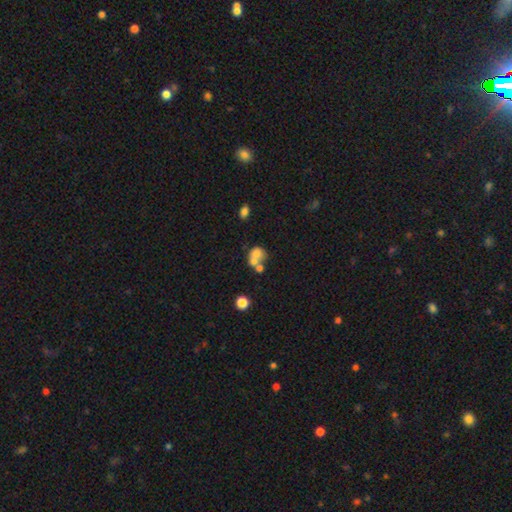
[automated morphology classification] This appears to be a smooth galaxy with no disk features (61%) that is round (58%). Merging: merger (57%).